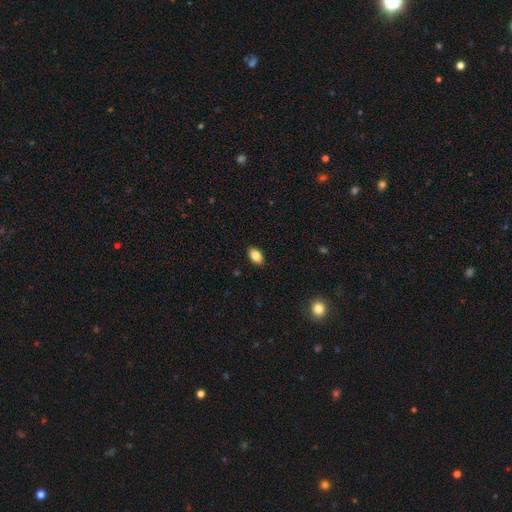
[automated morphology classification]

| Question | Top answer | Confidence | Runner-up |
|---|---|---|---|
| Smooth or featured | smooth | 84% | featured or disk (9%) |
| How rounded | in between | 91% | round (6%) |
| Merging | none | 89% | minor disturbance (8%) |